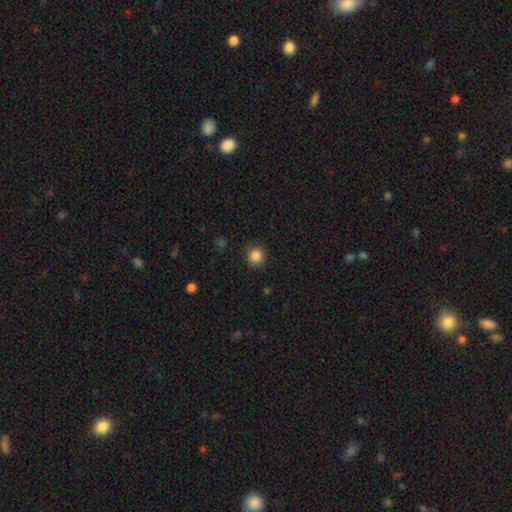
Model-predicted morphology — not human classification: Smooth or featured: smooth — 86% (star or artifact — 11%)
How rounded: round — 92% (in between — 7%)
Merging: none — 90% (minor disturbance — 7%)